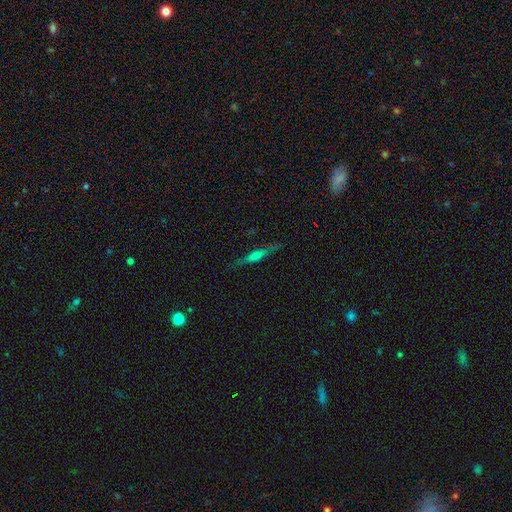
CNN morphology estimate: This appears to be a featured or disk galaxy (59%) viewed edge-on (96%) with a rounded central bulge (59%). Merging: none (86%).